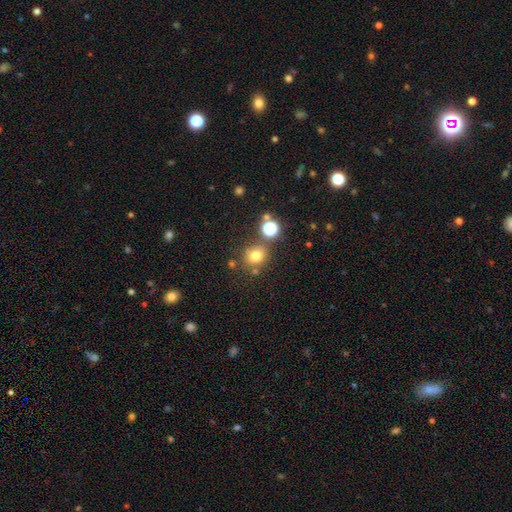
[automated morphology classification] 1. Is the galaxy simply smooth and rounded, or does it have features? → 72% smooth, 19% star or artifact, 9% featured or disk.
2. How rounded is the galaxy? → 82% round, 17% in between, 1% cigar-shaped.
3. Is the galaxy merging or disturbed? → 73% none, 11% minor disturbance, 11% merger, 4% major disturbance.